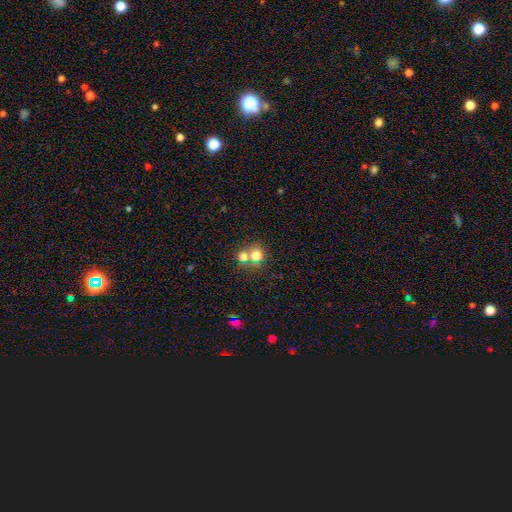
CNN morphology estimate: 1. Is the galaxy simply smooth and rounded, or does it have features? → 71% smooth, 18% star or artifact, 12% featured or disk.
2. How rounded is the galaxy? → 83% round, 16% in between, 1% cigar-shaped.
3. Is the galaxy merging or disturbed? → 50% none, 40% merger, 7% minor disturbance, 4% major disturbance.